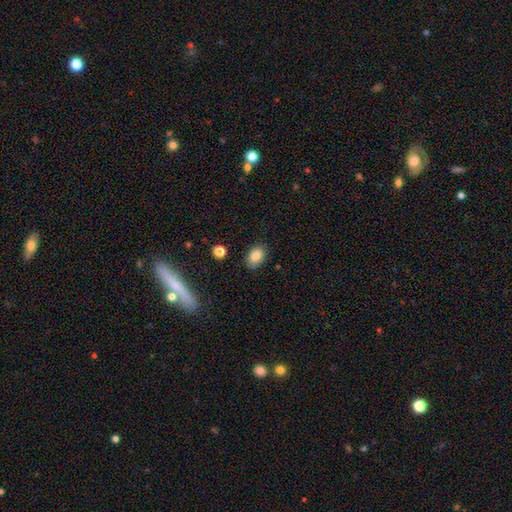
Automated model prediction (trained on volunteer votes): This is clearly a smooth galaxy (84%). How rounded: likely in between (80%). Merging: clearly none (82%).